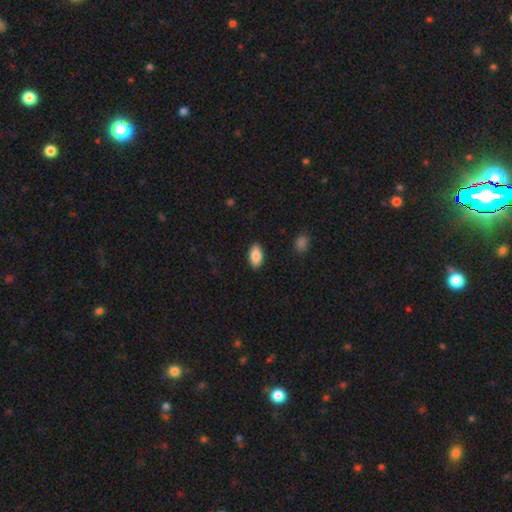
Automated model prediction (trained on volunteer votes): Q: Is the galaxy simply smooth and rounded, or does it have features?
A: smooth — 86%.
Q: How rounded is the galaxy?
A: in between — 93%.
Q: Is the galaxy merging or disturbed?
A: none — 89%.